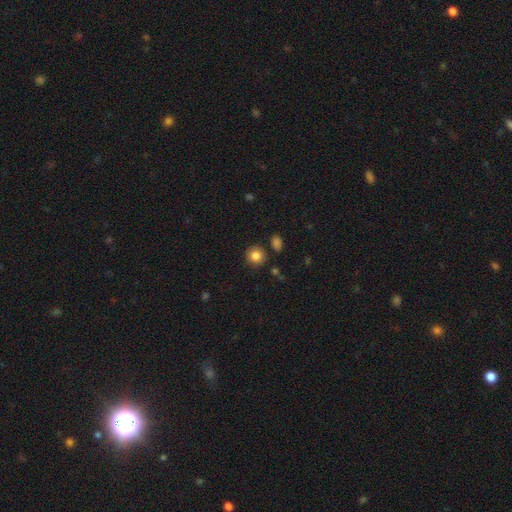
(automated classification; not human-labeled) Smooth or featured? smooth (85%)
How rounded? round (91%)
Merging? none (86%)